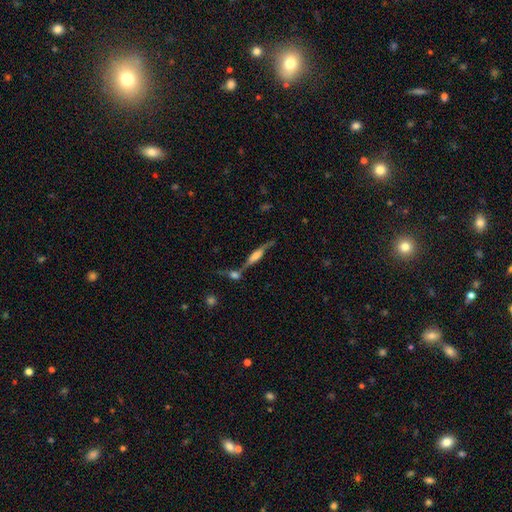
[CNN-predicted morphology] A featured or disk galaxy (64%) viewed edge-on (83%) with a rounded central bulge (52%). Merging: none (44%).